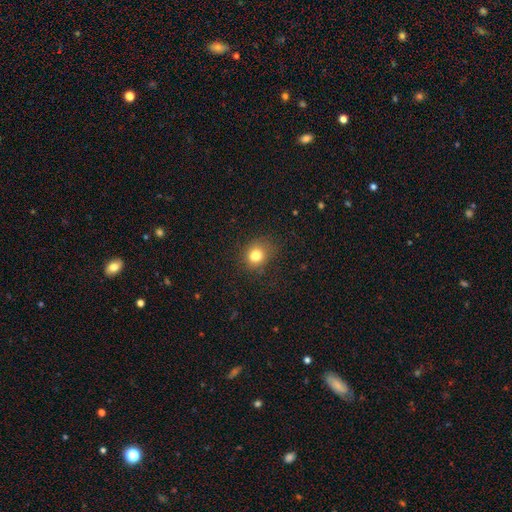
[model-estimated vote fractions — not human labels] This appears to be a smooth galaxy with no disk features (81%) that is round (73%). Merging: none (79%).